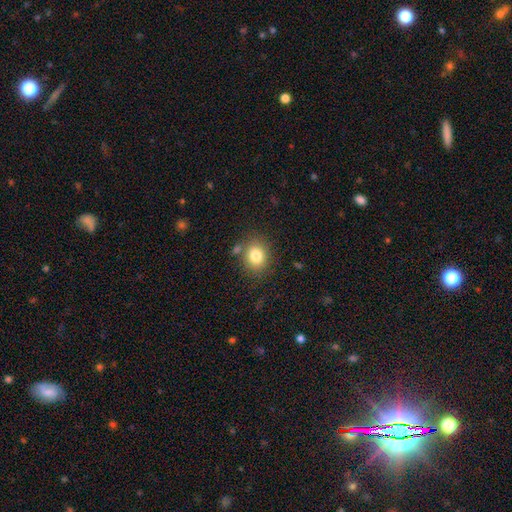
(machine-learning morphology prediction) Smooth or featured: smooth — 81% (star or artifact — 11%)
How rounded: round — 66% (in between — 33%)
Merging: none — 78% (minor disturbance — 11%)